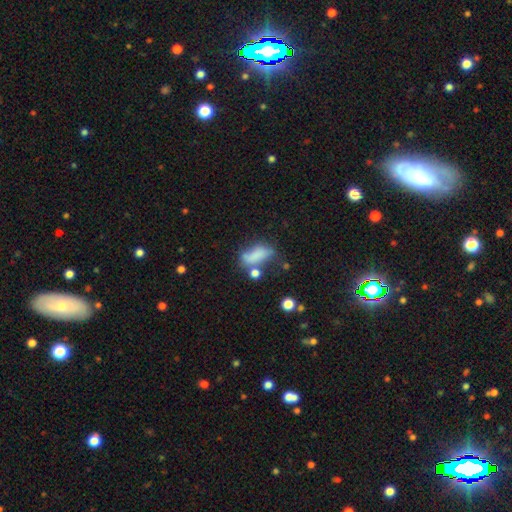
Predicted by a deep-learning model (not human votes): Smooth or featured? Predicted: smooth (p=0.70). How rounded? Predicted: in between (p=0.80). Merging? Predicted: none (p=0.33).